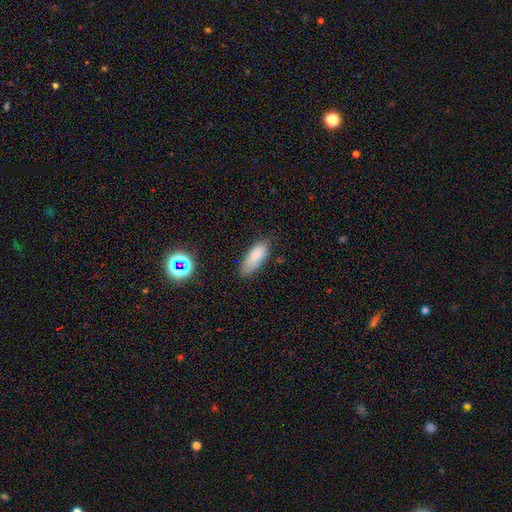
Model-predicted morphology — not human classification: smooth-or-featured: smooth: 84% | star or artifact: 8% | featured or disk: 8%
  how-rounded: in between: 77% | cigar-shaped: 21% | round: 2%
  merging: none: 75% | minor disturbance: 19% | major disturbance: 4% | merger: 2%